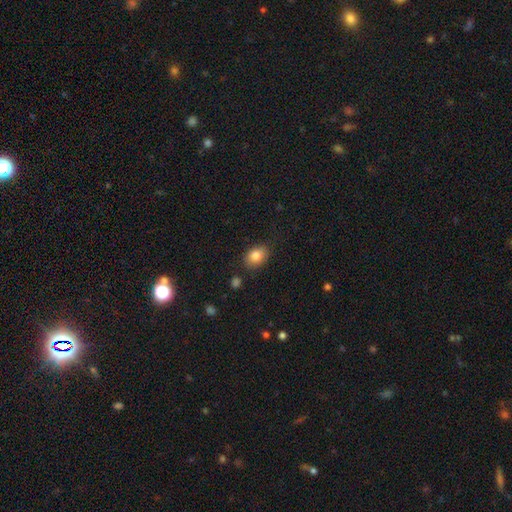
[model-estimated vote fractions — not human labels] The model was most divided on "how rounded": in between: 74%, round: 25%, cigar-shaped: 1%. More confident: smooth or featured — smooth (84%); merging — none (79%).